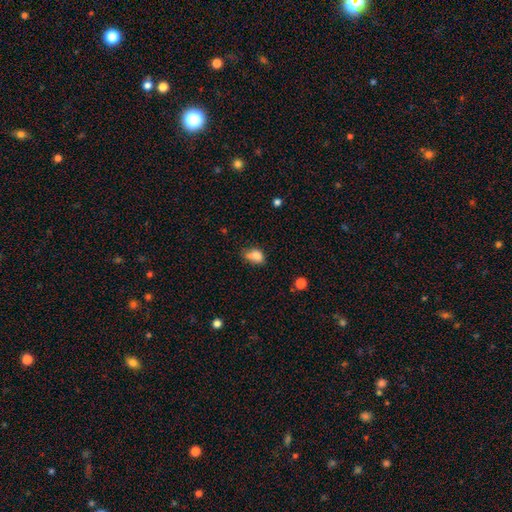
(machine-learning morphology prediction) Smooth or featured: smooth — 80% (star or artifact — 10%)
How rounded: in between — 82% (round — 15%)
Merging: minor disturbance — 39% (none — 38%)